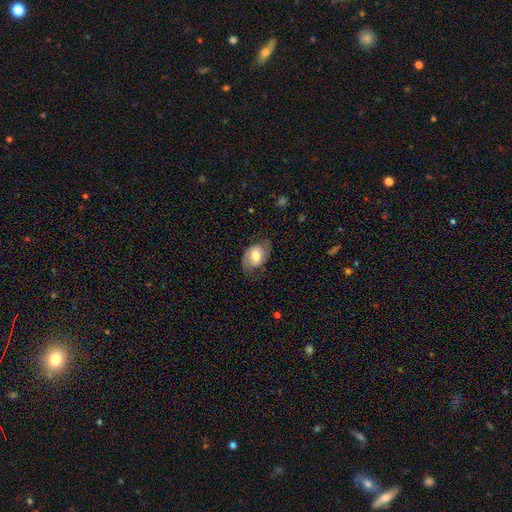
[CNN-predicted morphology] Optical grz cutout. It shows a featured or disk galaxy (53%) with no bar (49%), spiral arms (82%) and a moderate central bulge (56%). Merging: none (68%).